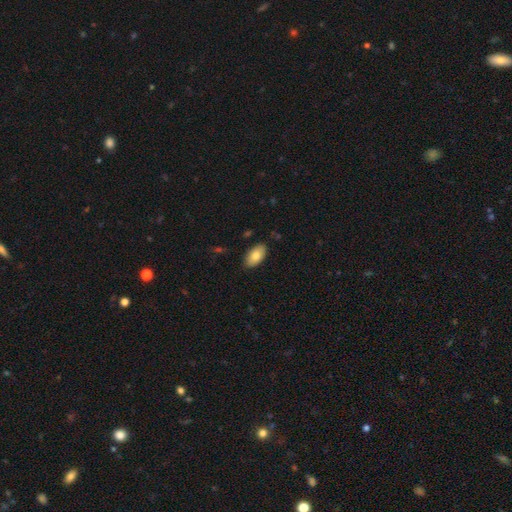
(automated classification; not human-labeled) This appears to be a smooth galaxy with no disk features (81%) that is in between round and cigar-shaped (95%). Merging: none (86%).